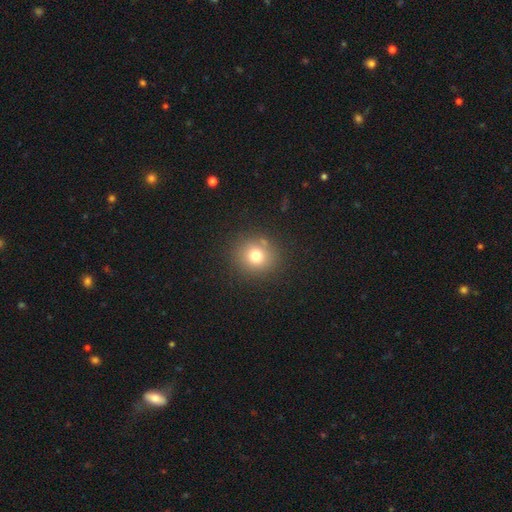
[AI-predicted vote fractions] smooth 75%, star or artifact 15%, featured or disk 10%. Down the decision tree: how rounded — round (88%); merging — none (85%).